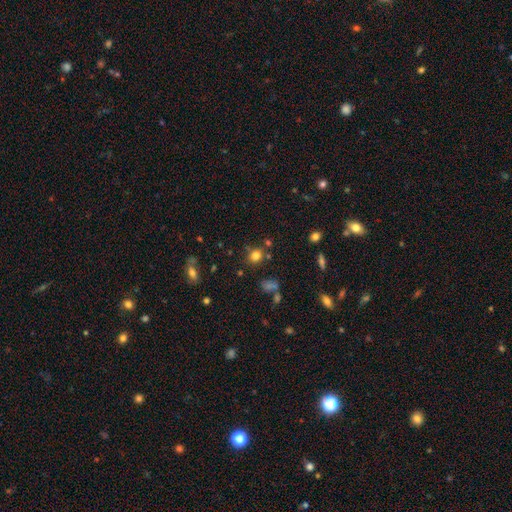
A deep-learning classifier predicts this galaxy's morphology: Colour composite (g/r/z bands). It shows a smooth galaxy with no disk features (78%) that is round (72%). Merging: none (73%).